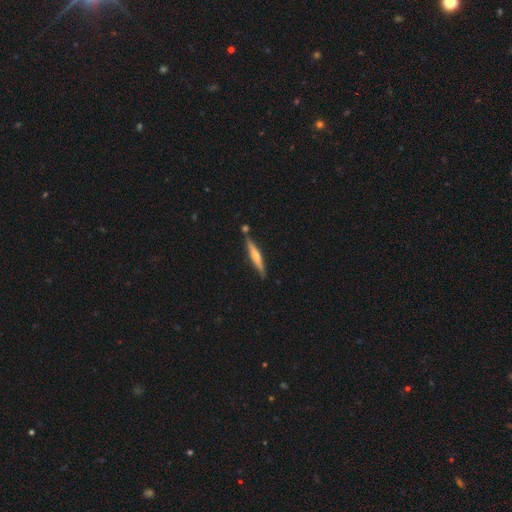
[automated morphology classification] smooth-or-featured: featured or disk: 52% | smooth: 42% | star or artifact: 5%
  disk-edge-on: yes: 96% | no: 4%
    edge-on-bulge: rounded: 71% | none: 19% | boxy: 9%
  merging: none: 81% | minor disturbance: 11% | merger: 6% | major disturbance: 2%